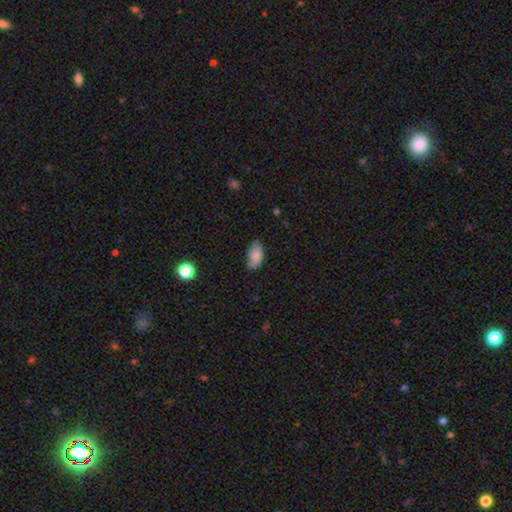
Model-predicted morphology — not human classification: smooth_or_featured: smooth (p=0.80) [alt: featured or disk p=0.12]
how_rounded: in between (p=0.93) [alt: round p=0.04]
merging: none (p=0.65) [alt: minor disturbance p=0.28]